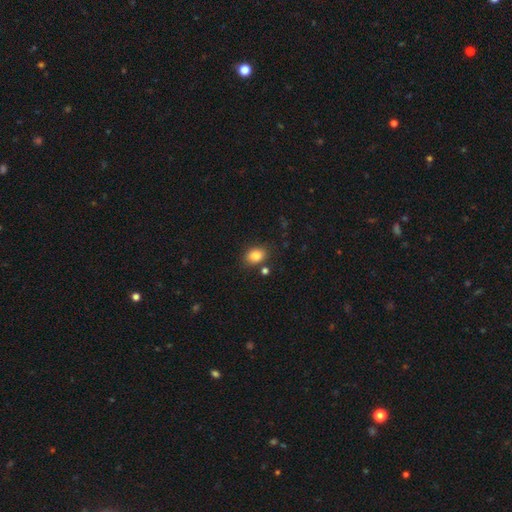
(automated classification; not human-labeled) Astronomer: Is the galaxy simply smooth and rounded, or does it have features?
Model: smooth — 85%.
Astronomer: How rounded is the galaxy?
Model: in between — 64%.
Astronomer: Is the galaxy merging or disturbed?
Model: none — 80%.